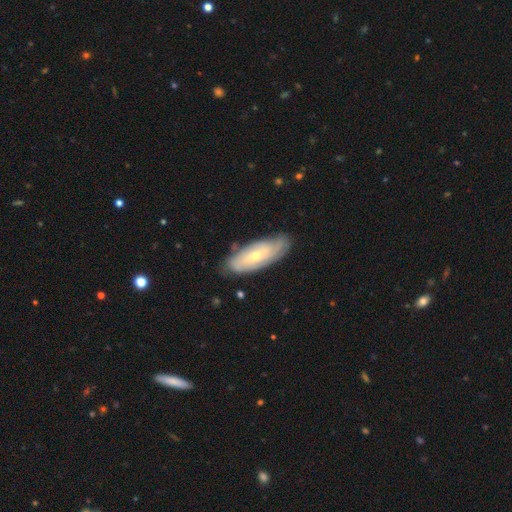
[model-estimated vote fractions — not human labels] Smooth or featured: featured or disk — 62% (smooth — 31%)
Edge-on disk: no — 84% (yes — 16%)
Bar: no — 63% (weak — 29%)
Spiral arms: yes — 81% (no — 19%)
Bulge size: small — 64% (moderate — 33%)
Merging: none — 76% (minor disturbance — 19%)